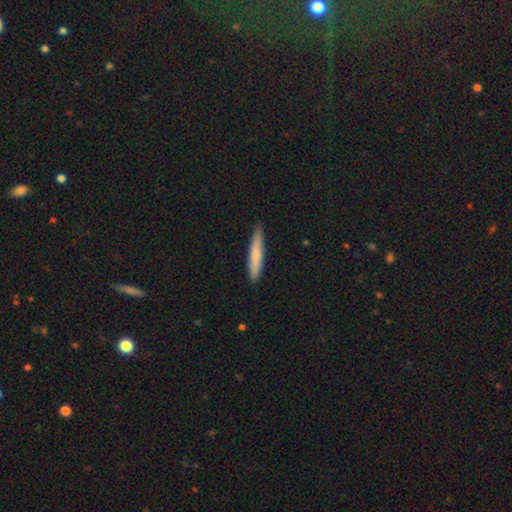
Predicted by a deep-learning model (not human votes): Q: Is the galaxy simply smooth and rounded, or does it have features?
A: smooth — 75%.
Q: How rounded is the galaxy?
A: cigar-shaped — 94%.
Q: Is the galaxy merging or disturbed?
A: none — 87%.